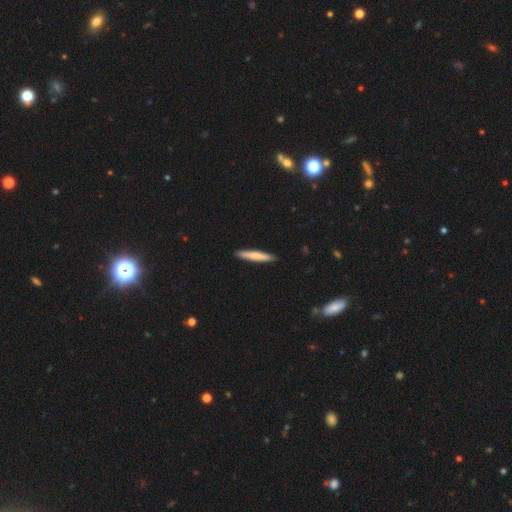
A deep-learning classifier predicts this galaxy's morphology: Overall: smooth (74%). How rounded: cigar-shaped (94%). Merging: none (91%).